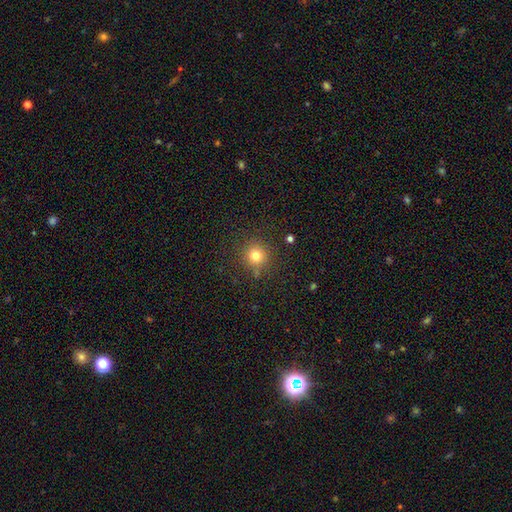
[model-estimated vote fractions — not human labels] Smooth or featured? smooth (77%)
How rounded? round (94%)
Merging? none (86%)